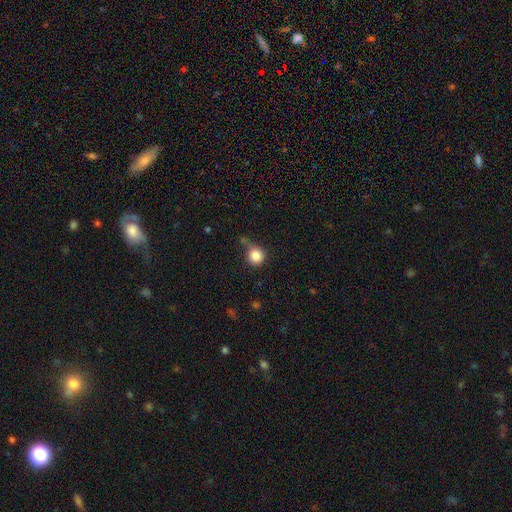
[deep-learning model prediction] Q: Smooth or featured?
A: smooth (85%); runner-up: star or artifact (10%)
Q: How rounded?
A: round (91%); runner-up: in between (8%)
Q: Merging?
A: none (63%); runner-up: minor disturbance (20%)